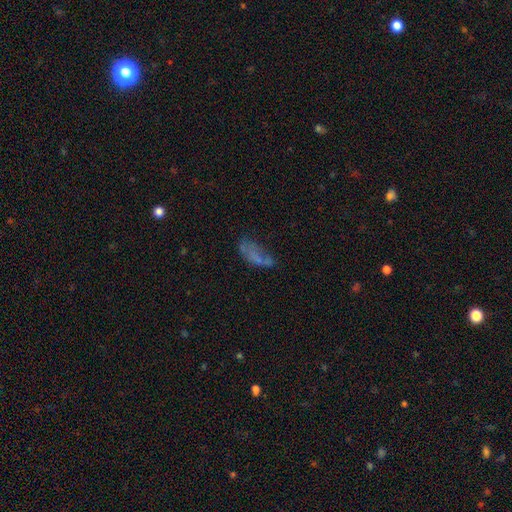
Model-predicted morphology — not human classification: type=smooth (46%); merging=none (37%).